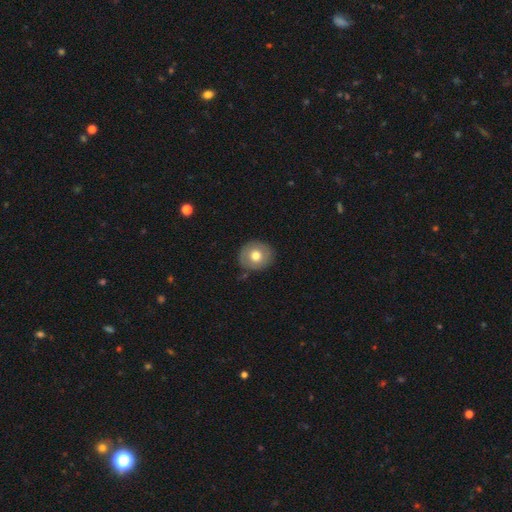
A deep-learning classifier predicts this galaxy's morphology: A smooth galaxy with no disk features (70%) that is round (83%). Merging: none (84%).